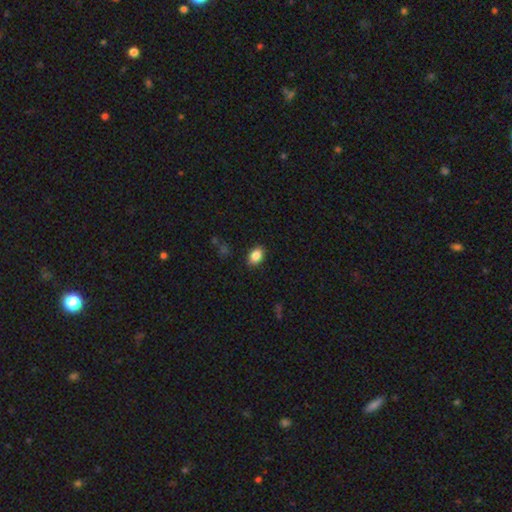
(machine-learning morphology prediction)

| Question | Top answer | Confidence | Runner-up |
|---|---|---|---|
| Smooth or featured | smooth | 86% | star or artifact (9%) |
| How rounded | in between | 82% | round (17%) |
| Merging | none | 87% | minor disturbance (10%) |